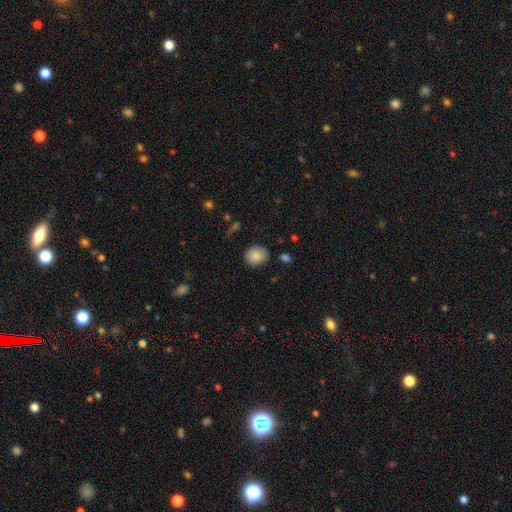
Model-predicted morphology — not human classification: Smooth or featured?
  - smooth: 86% *
  - star or artifact: 8%
  - featured or disk: 6%
How rounded?
  - round: 71% *
  - in between: 28%
  - cigar-shaped: 1%
Merging?
  - none: 80% *
  - minor disturbance: 15%
  - major disturbance: 3%
  - merger: 2%